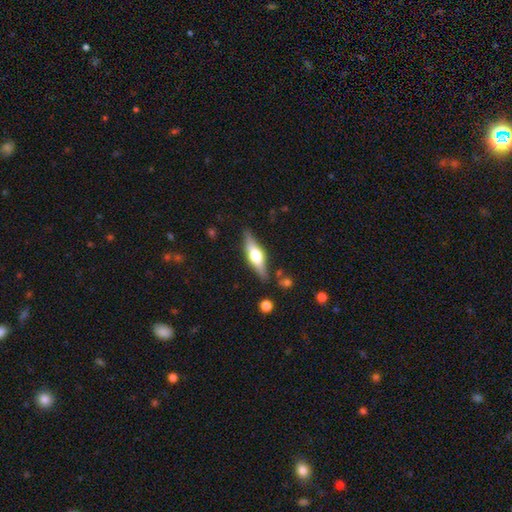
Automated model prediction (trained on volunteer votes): This is likely a featured or disk galaxy (62%). It is clearly viewed edge-on (94%). Edge-on bulge: clearly rounded (91%). Merging: clearly none (84%).